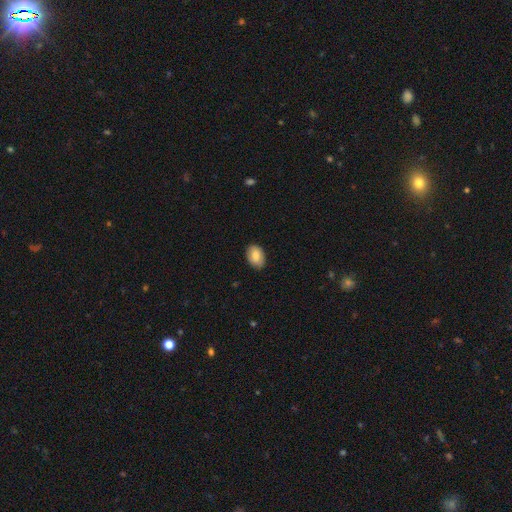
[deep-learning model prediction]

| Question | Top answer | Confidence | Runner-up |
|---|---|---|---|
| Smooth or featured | smooth | 84% | featured or disk (9%) |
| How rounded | in between | 82% | round (17%) |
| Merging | none | 85% | minor disturbance (12%) |